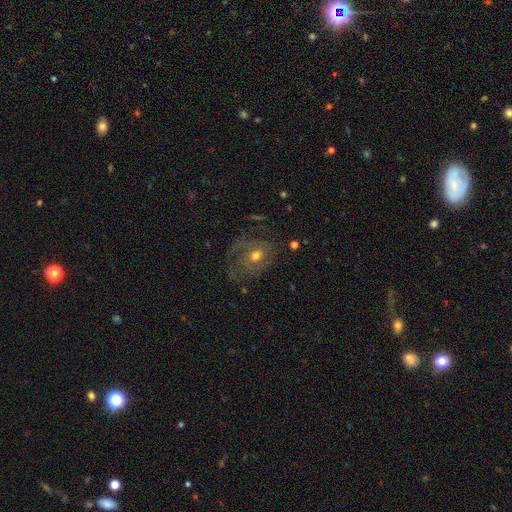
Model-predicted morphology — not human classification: smooth_or_featured: featured or disk (p=0.61) [alt: smooth p=0.28]
disk_edge_on: no (p=0.96) [alt: yes p=0.04]
bar: no (p=0.75) [alt: weak p=0.20]
has_spiral_arms: yes (p=0.67) [alt: no p=0.33]
bulge_size: moderate (p=0.67) [alt: small p=0.26]
merging: none (p=0.53) [alt: major disturbance p=0.23]